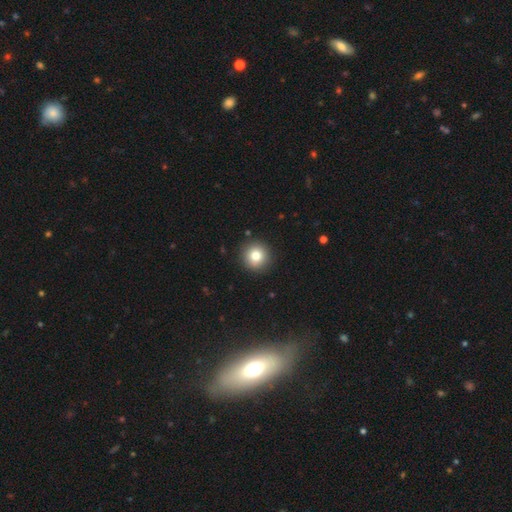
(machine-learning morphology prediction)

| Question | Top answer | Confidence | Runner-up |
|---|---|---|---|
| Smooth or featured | smooth | 80% | star or artifact (11%) |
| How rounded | round | 95% | in between (4%) |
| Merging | none | 91% | minor disturbance (5%) |